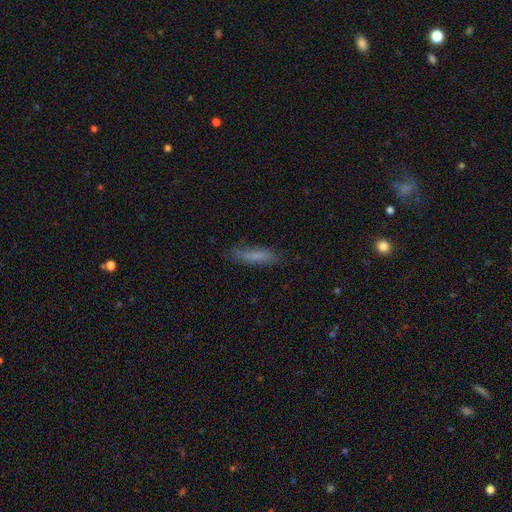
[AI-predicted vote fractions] smooth-or-featured: smooth: 74% | featured or disk: 18% | star or artifact: 8%
  how-rounded: cigar-shaped: 73% | in between: 26% | round: 2%
  merging: none: 76% | minor disturbance: 18% | major disturbance: 4% | merger: 2%